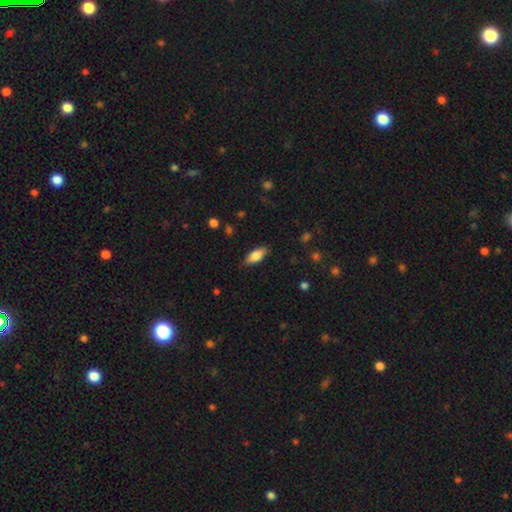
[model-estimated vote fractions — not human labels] A smooth galaxy with no disk features (81%) that is in between round and cigar-shaped (81%).

Vote fractions:
- Smooth or featured? smooth: 81% / featured or disk: 12% / star or artifact: 6%
- How rounded? in between: 81% / cigar-shaped: 17% / round: 2%
- Merging? none: 82% / minor disturbance: 14% / major disturbance: 3% / merger: 1%